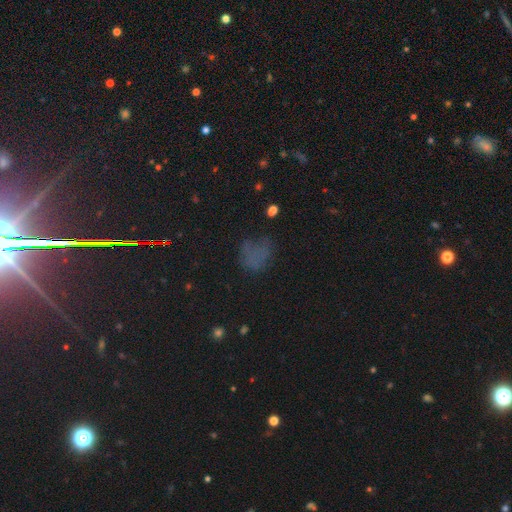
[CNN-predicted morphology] Smooth or featured: smooth — 51% (star or artifact — 31%)
How rounded: round — 56% (in between — 43%)
Merging: none — 51% (minor disturbance — 23%)